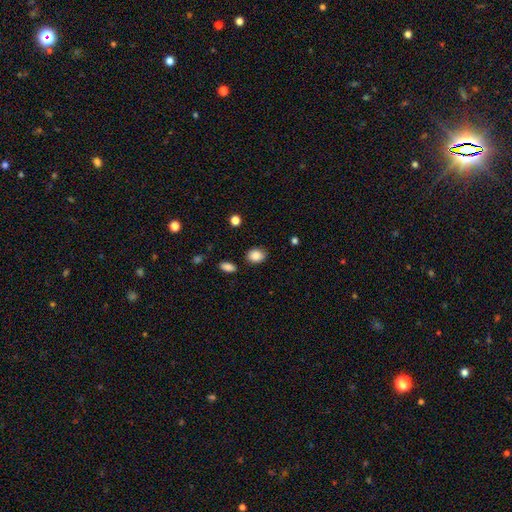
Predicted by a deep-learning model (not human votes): Smooth or featured: smooth — 87% (star or artifact — 8%)
How rounded: in between — 60% (round — 39%)
Merging: none — 82% (minor disturbance — 12%)